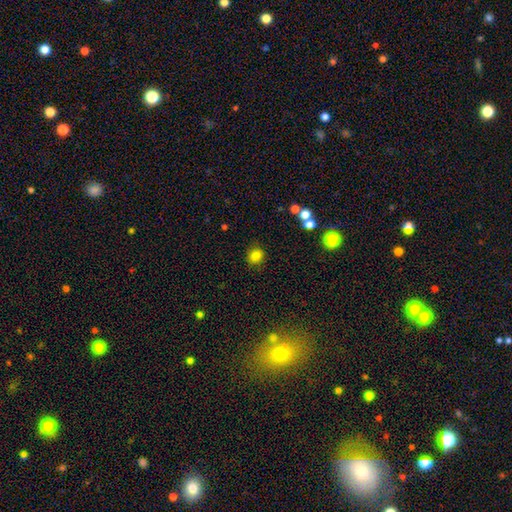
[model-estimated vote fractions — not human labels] Smooth or featured? Predicted: smooth (p=0.82). How rounded? Predicted: round (p=0.73). Merging? Predicted: none (p=0.86).